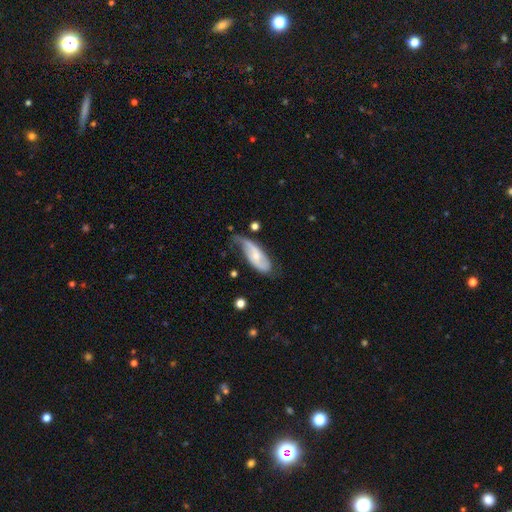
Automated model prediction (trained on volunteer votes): Overall: featured or disk (58%; smooth 36%). Edge-on disk: no (88%). Bar: no (61%; weak 30%). Spiral arms: yes (83%). Bulge size: small (58%; moderate 36%). Merging: none (39%, tied with minor disturbance).